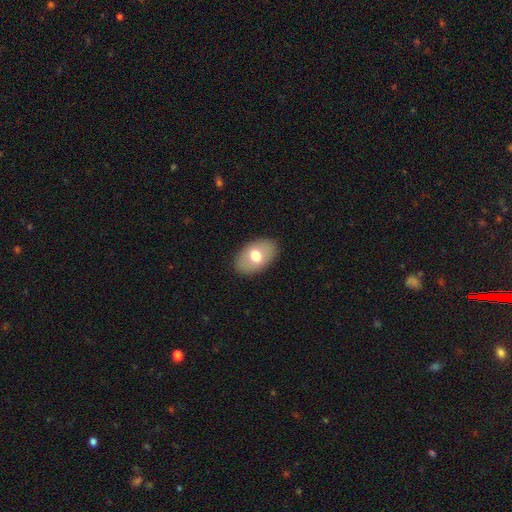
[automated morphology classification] This appears to be a smooth galaxy with no disk features (66%) that is in between round and cigar-shaped (89%). Merging: none (86%).